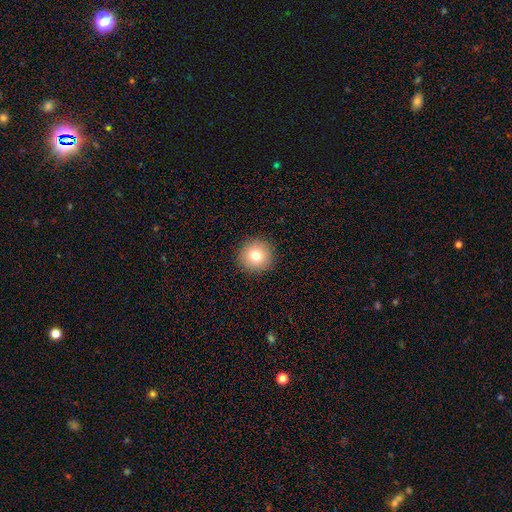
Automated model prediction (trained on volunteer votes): This appears to be a smooth galaxy with no disk features (78%) that is round (94%). Merging: none (92%).